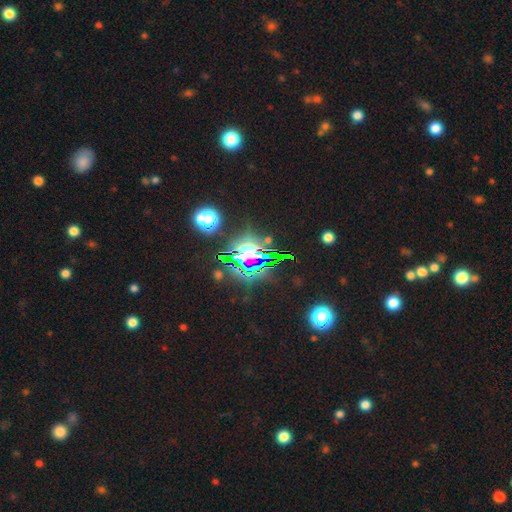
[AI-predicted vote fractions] smooth-or-featured: star or artifact: 79% | smooth: 11% | featured or disk: 9%